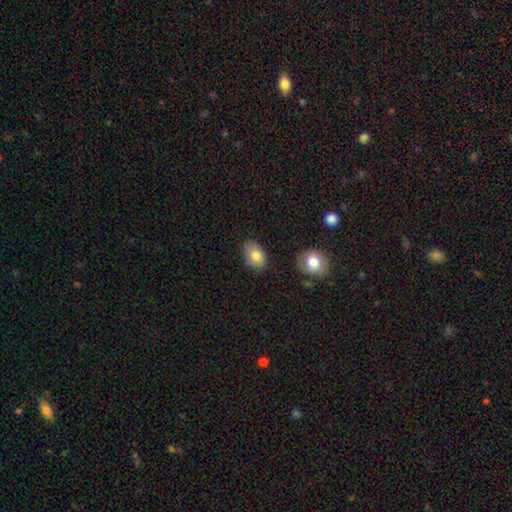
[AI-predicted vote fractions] Smooth or featured?
  - smooth: 81% *
  - featured or disk: 12%
  - star or artifact: 8%
How rounded?
  - in between: 82% *
  - round: 17%
  - cigar-shaped: 1%
Merging?
  - none: 78% *
  - minor disturbance: 16%
  - major disturbance: 3%
  - merger: 3%